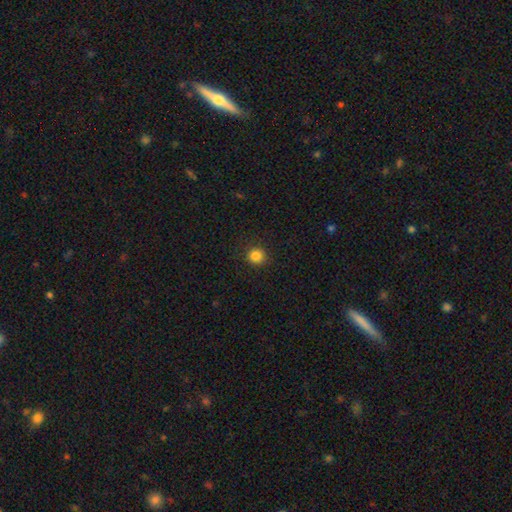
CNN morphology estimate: Q: Smooth or featured?
A: smooth (85%); runner-up: star or artifact (11%)
Q: How rounded?
A: round (92%); runner-up: in between (7%)
Q: Merging?
A: none (90%); runner-up: minor disturbance (7%)